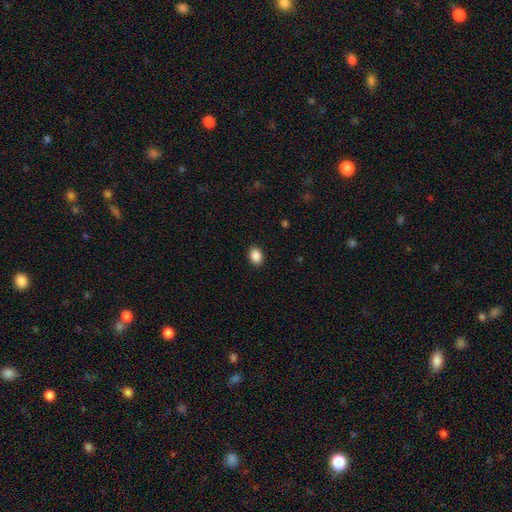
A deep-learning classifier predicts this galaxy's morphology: Overall: smooth (89%). How rounded: in between (71%). Merging: none (90%).